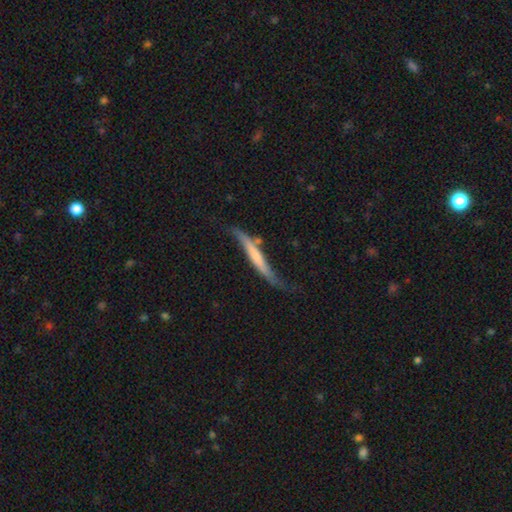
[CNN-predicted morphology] featured or disk 56%, smooth 38%, star or artifact 5%. Down the decision tree: edge-on disk — yes (75%); merging — none (46%).